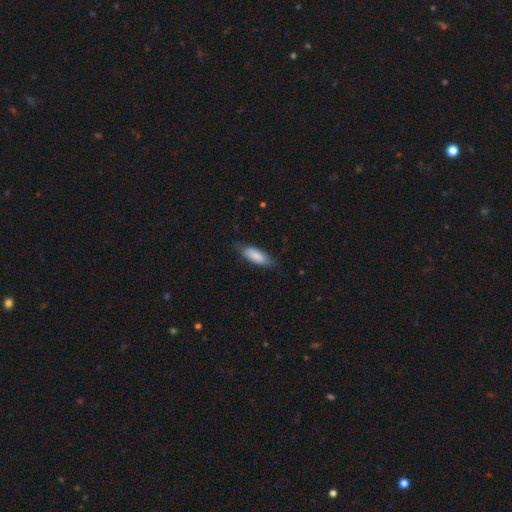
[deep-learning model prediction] smooth-or-featured: smooth: 81% | featured or disk: 14% | star or artifact: 6%
  how-rounded: in between: 68% | cigar-shaped: 31% | round: 2%
  merging: none: 72% | minor disturbance: 22% | major disturbance: 5% | merger: 1%